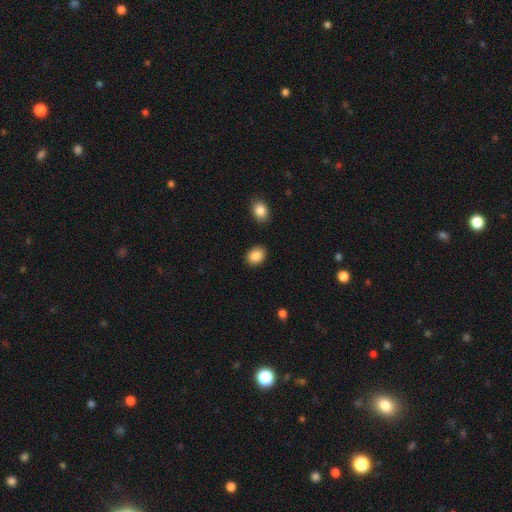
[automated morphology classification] Smooth or featured? smooth (88%)
How rounded? in between (63%)
Merging? none (87%)